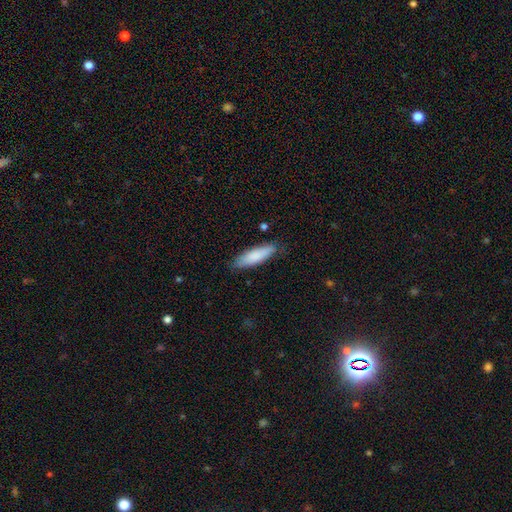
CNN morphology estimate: A smooth galaxy with no disk features (85%) that is cigar-shaped (56%).

Vote fractions:
- Smooth or featured? smooth: 85% / featured or disk: 10% / star or artifact: 5%
- How rounded? cigar-shaped: 56% / in between: 43% / round: 1%
- Merging? none: 82% / minor disturbance: 14% / major disturbance: 3% / merger: 1%